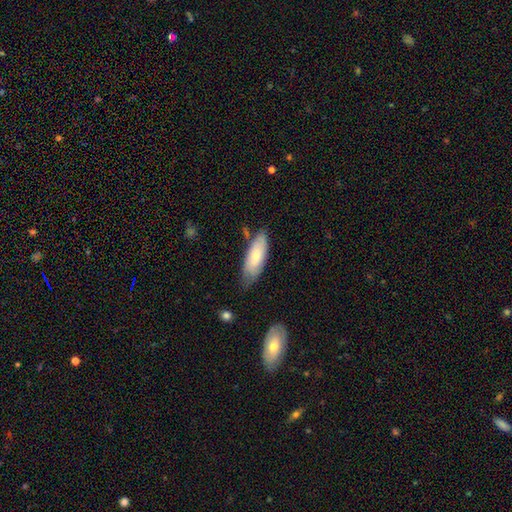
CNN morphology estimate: A smooth galaxy with no disk features (71%) that is in between round and cigar-shaped (70%). Merging: none (62%).